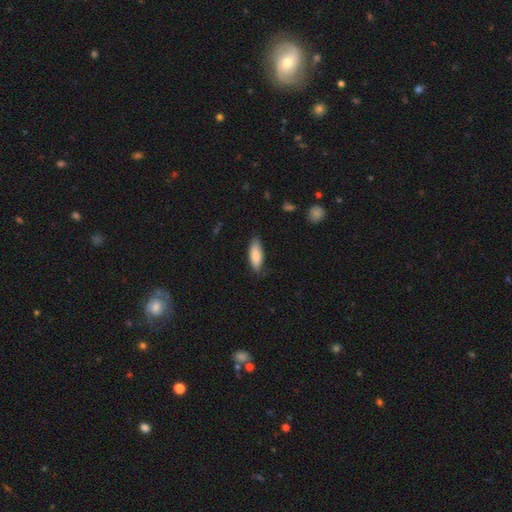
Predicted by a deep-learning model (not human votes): Overall: smooth (84%). How rounded: in between (71%). Merging: none (77%).